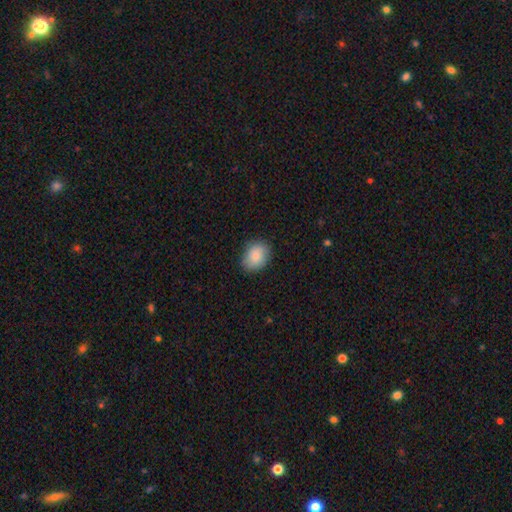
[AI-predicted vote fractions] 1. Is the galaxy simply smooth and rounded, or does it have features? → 86% smooth, 7% featured or disk, 7% star or artifact.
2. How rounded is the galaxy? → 59% in between, 40% round, 1% cigar-shaped.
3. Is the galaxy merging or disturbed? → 85% none, 12% minor disturbance, 3% major disturbance, 1% merger.